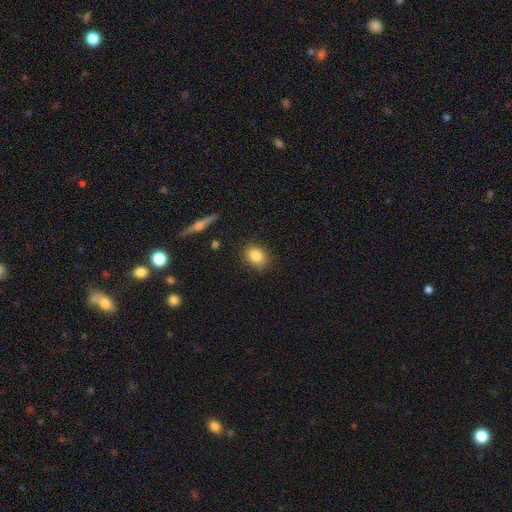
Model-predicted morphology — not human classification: This appears to be a smooth galaxy with no disk features (83%) that is in between round and cigar-shaped (67%). Merging: none (81%).